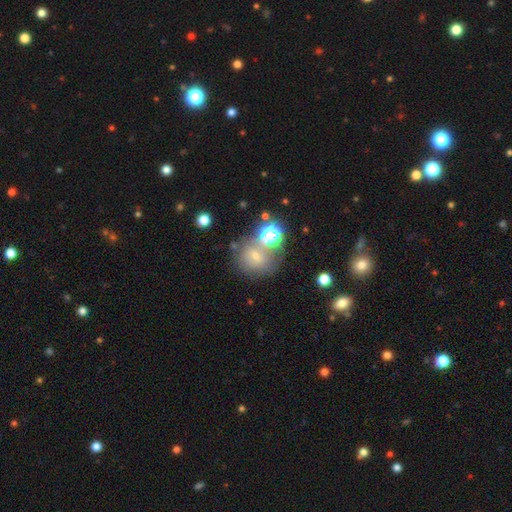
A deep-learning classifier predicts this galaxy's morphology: The model was most divided on "smooth or featured": smooth: 42%, star or artifact: 40%, featured or disk: 19%. More confident: merging — none (58%).